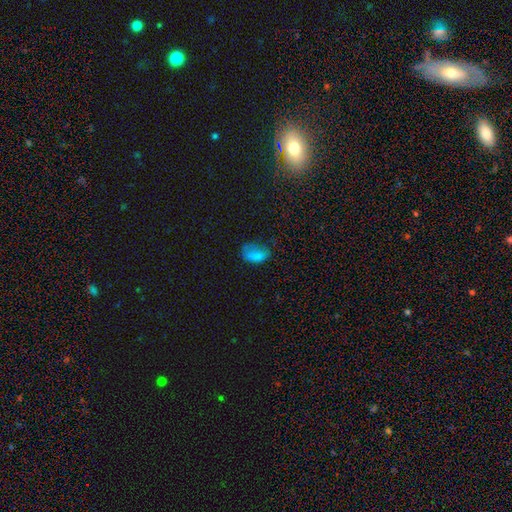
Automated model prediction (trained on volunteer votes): Smooth or featured? Predicted: smooth (p=0.73). How rounded? Predicted: in between (p=0.87). Merging? Predicted: none (p=0.48).